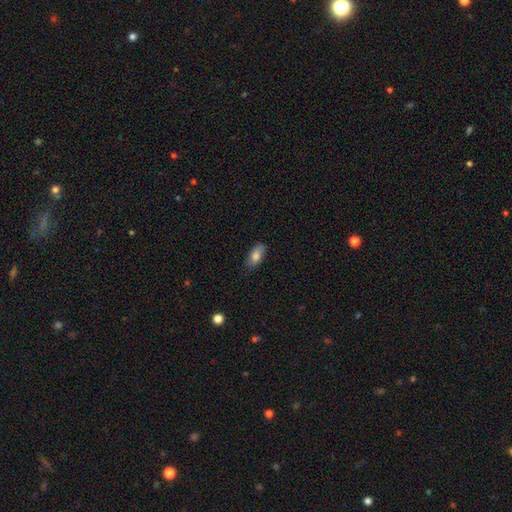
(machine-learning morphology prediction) Smooth or featured? smooth (79%)
How rounded? in between (90%)
Merging? none (77%)